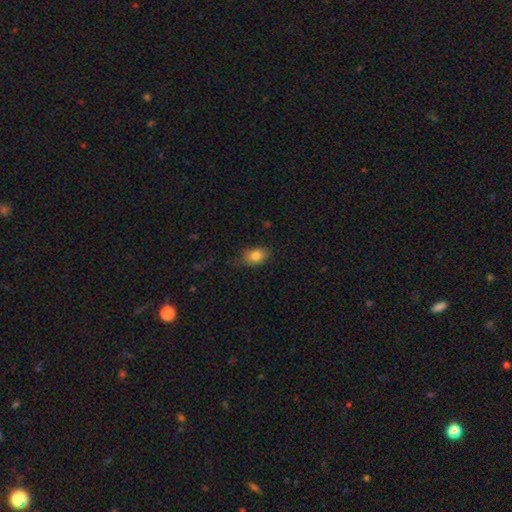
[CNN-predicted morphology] This appears to be a smooth galaxy with no disk features (82%) that is in between round and cigar-shaped (77%). Merging: none (75%).